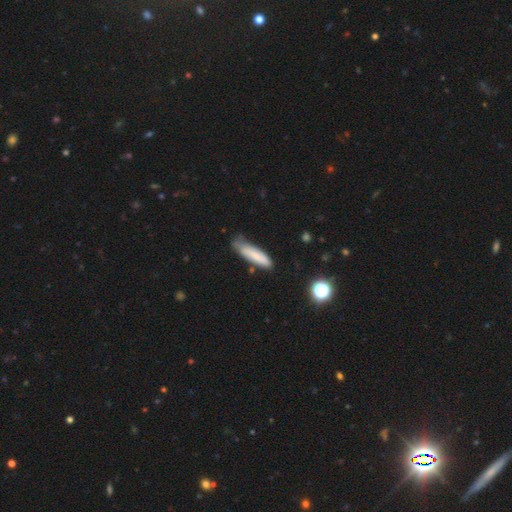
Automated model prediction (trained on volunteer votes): This is likely a smooth galaxy (77%). How rounded: likely cigar-shaped (72%). Merging: possibly none (53%).